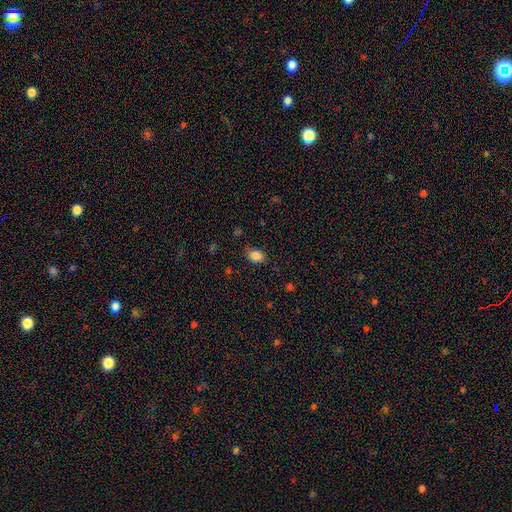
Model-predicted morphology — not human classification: A smooth galaxy with no disk features (86%) that is in between round and cigar-shaped (75%).

Vote fractions:
- Smooth or featured? smooth: 86% / star or artifact: 9% / featured or disk: 4%
- How rounded? in between: 75% / round: 24% / cigar-shaped: 1%
- Merging? none: 81% / minor disturbance: 14% / major disturbance: 4% / merger: 1%